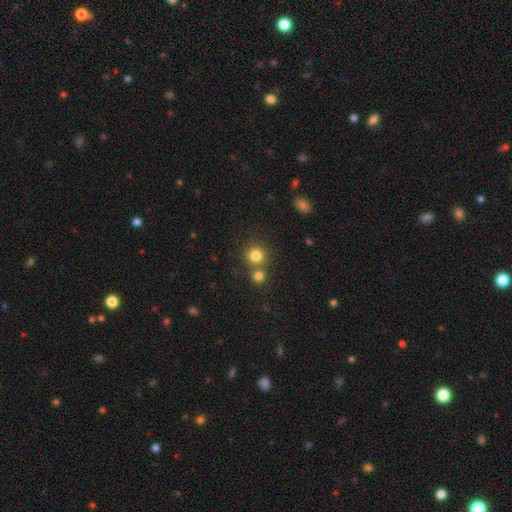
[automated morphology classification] A smooth galaxy with no disk features (81%) that is round (91%).

Vote fractions:
- Smooth or featured? smooth: 81% / star or artifact: 13% / featured or disk: 6%
- How rounded? round: 91% / in between: 8% / cigar-shaped: 1%
- Merging? none: 64% / merger: 27% / minor disturbance: 7% / major disturbance: 3%